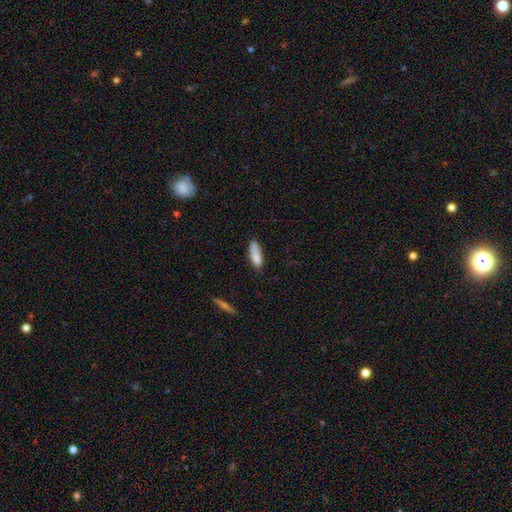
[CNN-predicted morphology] type=smooth (84%); roundness=cigar-shaped (51%); merging=none (67%).